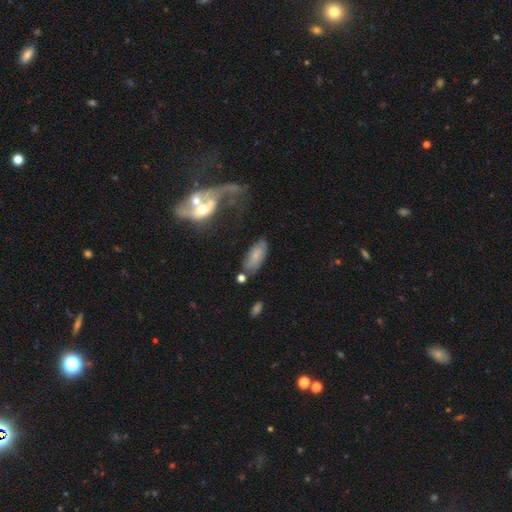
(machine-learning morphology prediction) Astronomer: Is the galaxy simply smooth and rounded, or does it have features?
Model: smooth — 66%.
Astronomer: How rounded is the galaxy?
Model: in between — 87%.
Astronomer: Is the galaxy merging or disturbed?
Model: none — 67%.